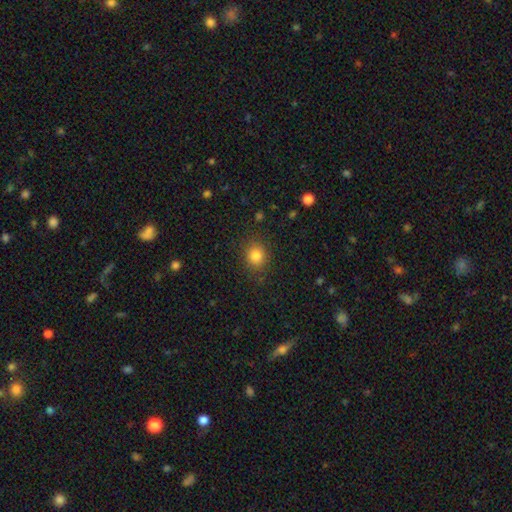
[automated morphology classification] This is clearly a smooth galaxy (83%). How rounded: likely round (77%). Merging: clearly none (85%).